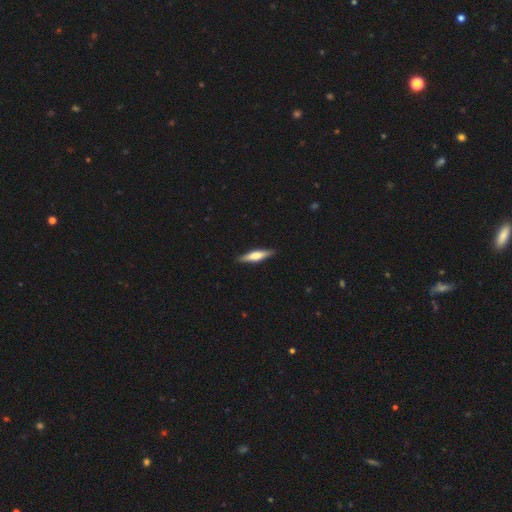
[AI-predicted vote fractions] Overall: smooth (50%; featured or disk 45%). Merging: none (89%).